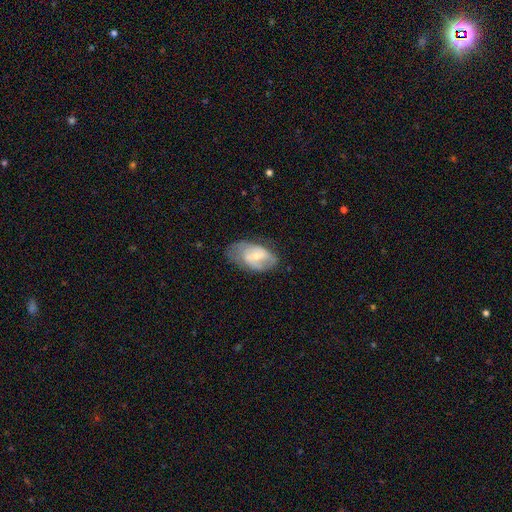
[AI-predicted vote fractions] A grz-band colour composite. It shows a featured or disk galaxy (61%) with a weak bar (48%), spiral arms (74%) and a small central bulge (49%). Merging: none (56%).